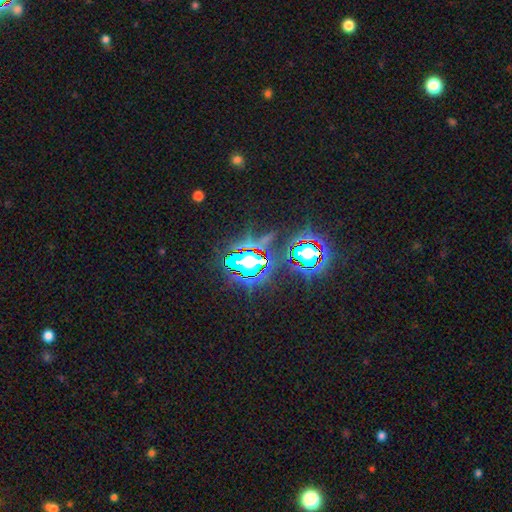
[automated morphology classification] smooth-or-featured: star or artifact: 82% | smooth: 10% | featured or disk: 8%